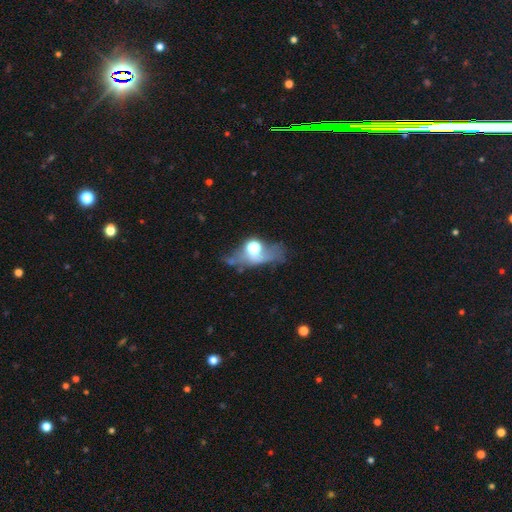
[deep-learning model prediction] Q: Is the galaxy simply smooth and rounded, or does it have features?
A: featured or disk — 44%.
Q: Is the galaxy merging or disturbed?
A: none — 37%.